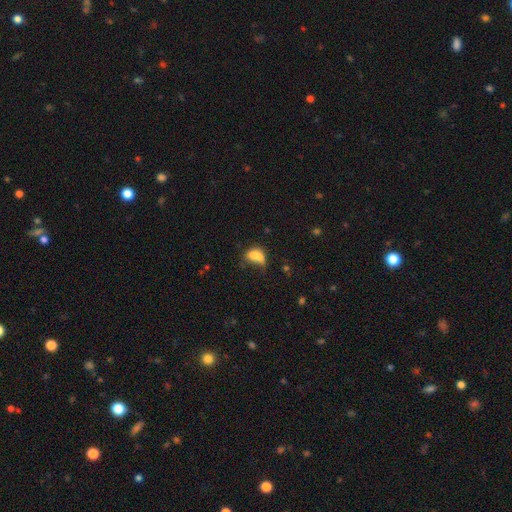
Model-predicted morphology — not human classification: Smooth or featured: smooth — 70% (featured or disk — 19%)
How rounded: in between — 74% (round — 22%)
Merging: merger — 42% (none — 21%)